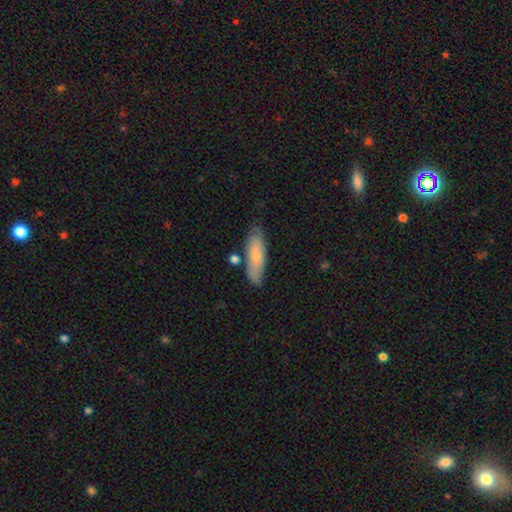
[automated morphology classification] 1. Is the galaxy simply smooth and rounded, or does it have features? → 73% smooth, 21% featured or disk, 6% star or artifact.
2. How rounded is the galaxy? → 49% cigar-shaped (tied), 49% in between (tied), 2% round.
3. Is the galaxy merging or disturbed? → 73% none, 18% minor disturbance, 5% merger, 4% major disturbance.